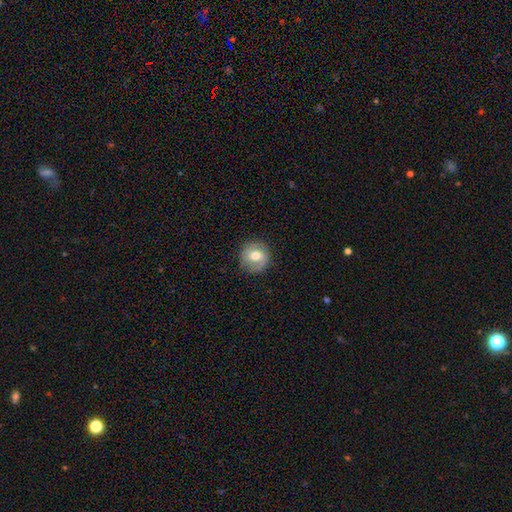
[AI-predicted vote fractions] A smooth galaxy with no disk features (62%) that is round (90%). Merging: none (82%).